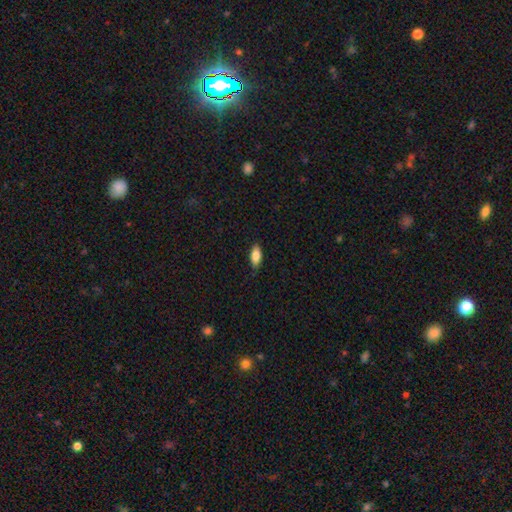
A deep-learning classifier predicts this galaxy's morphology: Q: Smooth or featured?
A: smooth (83%); runner-up: featured or disk (11%)
Q: How rounded?
A: in between (84%); runner-up: cigar-shaped (14%)
Q: Merging?
A: none (85%); runner-up: minor disturbance (12%)